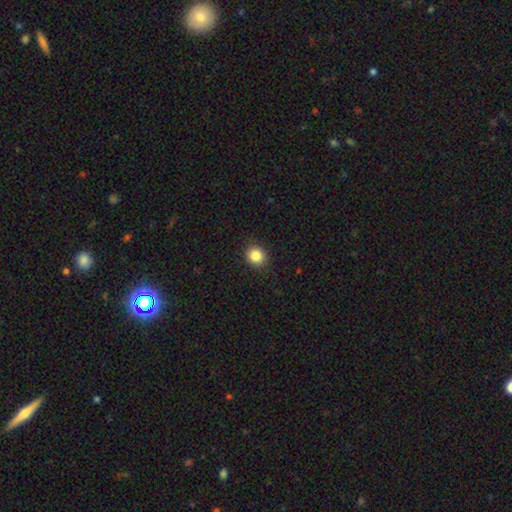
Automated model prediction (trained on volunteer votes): smooth_or_featured: smooth (p=0.85) [alt: star or artifact p=0.10]
how_rounded: round (p=0.78) [alt: in between p=0.21]
merging: none (p=0.90) [alt: minor disturbance p=0.07]